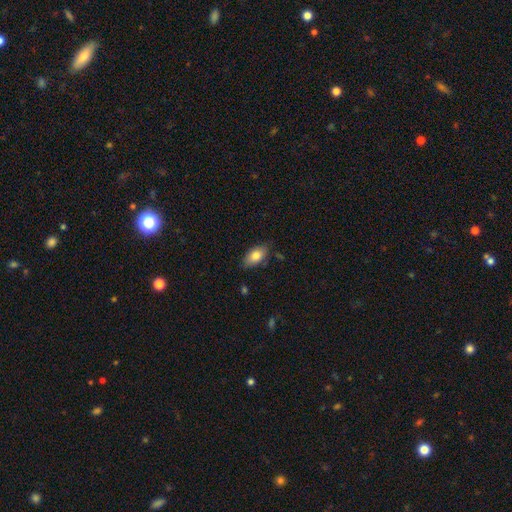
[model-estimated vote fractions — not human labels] A smooth galaxy with no disk features (81%) that is in between round and cigar-shaped (91%).

Vote fractions:
- Smooth or featured? smooth: 81% / featured or disk: 12% / star or artifact: 7%
- How rounded? in between: 91% / cigar-shaped: 5% / round: 4%
- Merging? none: 79% / minor disturbance: 16% / major disturbance: 3% / merger: 2%